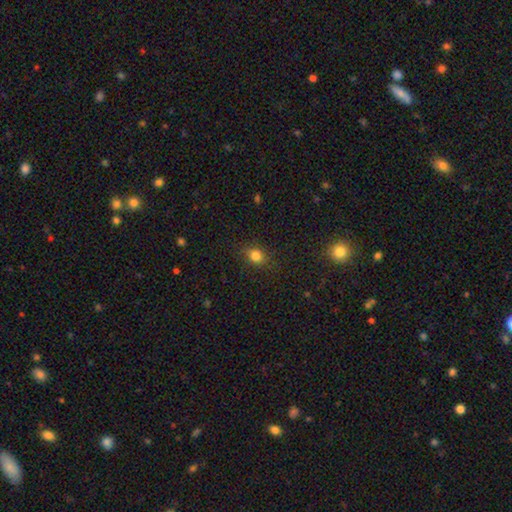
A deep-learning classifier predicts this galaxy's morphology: A smooth galaxy with no disk features (81%) that is round (56%).

Vote fractions:
- Smooth or featured? smooth: 81% / star or artifact: 13% / featured or disk: 6%
- How rounded? round: 56% / in between: 42% / cigar-shaped: 2%
- Merging? none: 83% / minor disturbance: 12% / major disturbance: 3% / merger: 1%